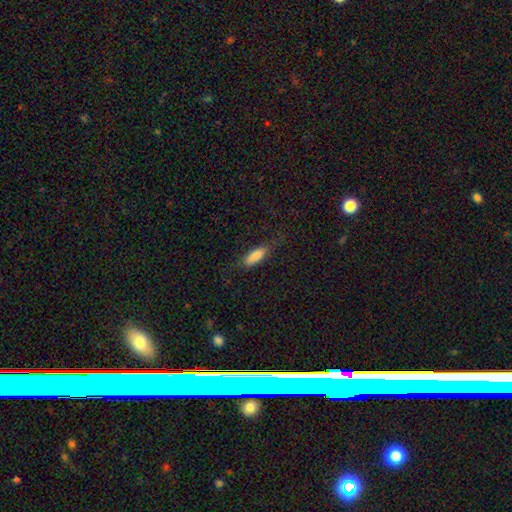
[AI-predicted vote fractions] Smooth or featured?
  - smooth: 82% *
  - featured or disk: 11%
  - star or artifact: 7%
How rounded?
  - in between: 62% *
  - cigar-shaped: 36%
  - round: 2%
Merging?
  - none: 70% *
  - minor disturbance: 21%
  - major disturbance: 8%
  - merger: 1%